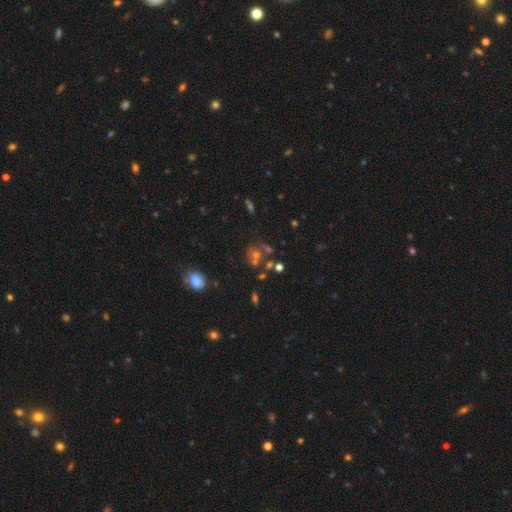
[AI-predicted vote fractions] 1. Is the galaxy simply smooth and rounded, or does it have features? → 37% star or artifact, 36% smooth, 28% featured or disk.